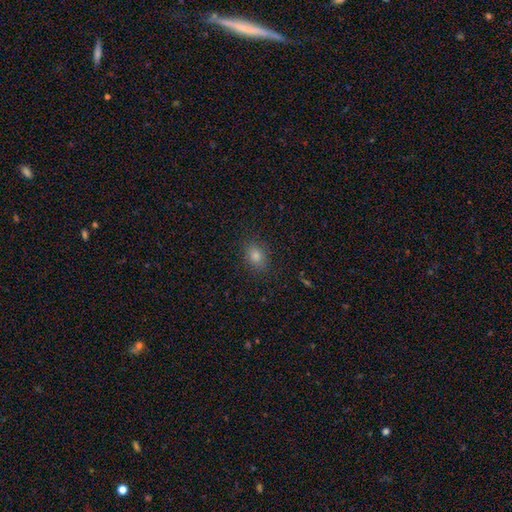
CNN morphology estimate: Smooth or featured? Predicted: smooth (p=0.79). How rounded? Predicted: in between (p=0.60). Merging? Predicted: none (p=0.88).